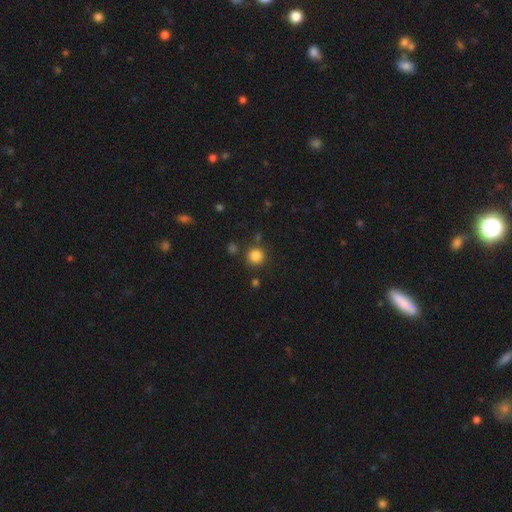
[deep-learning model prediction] This appears to be a smooth galaxy with no disk features (83%) that is round (94%). Merging: none (84%).